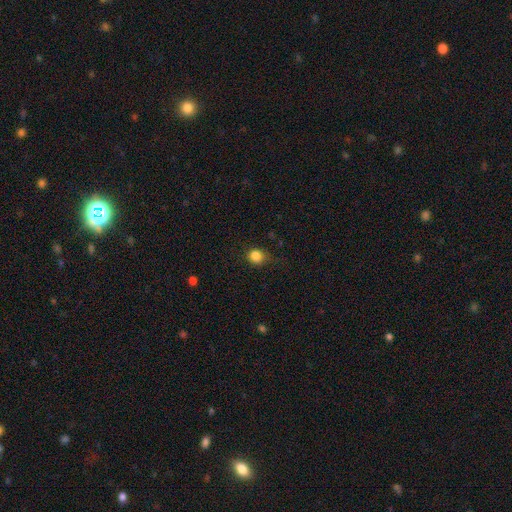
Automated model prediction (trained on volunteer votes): Smooth or featured? Predicted: smooth (p=0.84). How rounded? Predicted: round (p=0.84). Merging? Predicted: none (p=0.70).